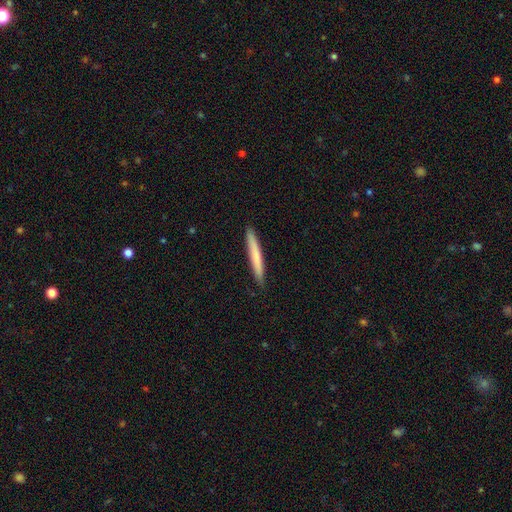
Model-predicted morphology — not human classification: A smooth galaxy with no disk features (70%) that is cigar-shaped (97%). Merging: none (91%).